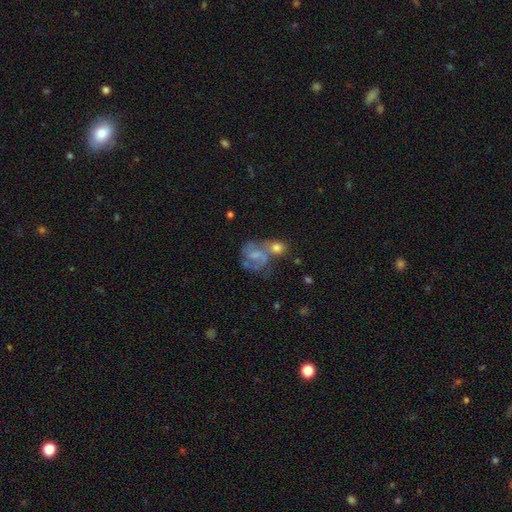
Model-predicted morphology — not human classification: Smooth or featured?
  - featured or disk: 65% *
  - smooth: 26%
  - star or artifact: 9%
Edge-on disk?
  - no: 98% *
  - yes: 2%
Bar?
  - no: 46% *
  - weak: 43%
  - strong: 11%
Spiral arms?
  - yes: 83% *
  - no: 17%
Spiral winding?
  - medium: 53% *
  - loose: 24%
  - tight: 23%
Spiral arm count?
  - 2: 74% *
  - can't tell: 13%
  - 3: 5%
  - 1: 5%
  - 4: 2%
  - more than 4: 2%
Bulge size?
  - small: 36% *
  - moderate: 31%
  - none: 26%
  - large: 6%
  - dominant: 2%
Merging?
  - merger: 38% *
  - none: 32%
  - minor disturbance: 16%
  - major disturbance: 14%